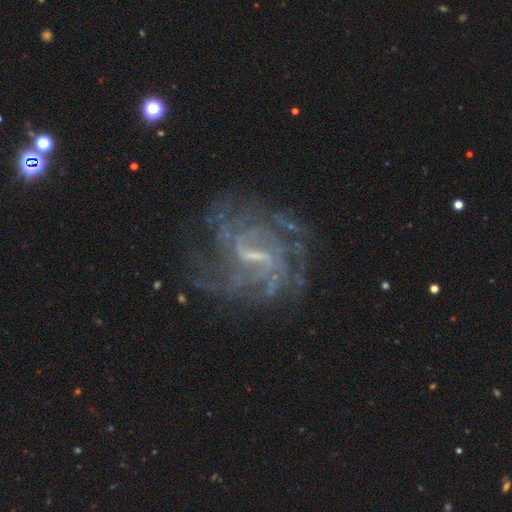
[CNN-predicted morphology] Smooth or featured? featured or disk (86%)
Edge-on disk? no (97%)
Bar? weak (55%)
Spiral arms? yes (94%)
Spiral winding? tight (43%)
Spiral arm count? can't tell (33%)
Bulge size? small (54%)
Merging? none (69%)